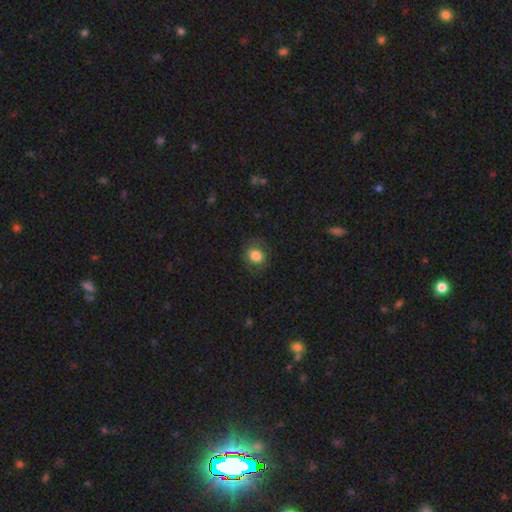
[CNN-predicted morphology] smooth_or_featured: smooth (p=0.80) [alt: featured or disk p=0.11]
how_rounded: round (p=0.67) [alt: in between p=0.32]
merging: none (p=0.79) [alt: minor disturbance p=0.14]